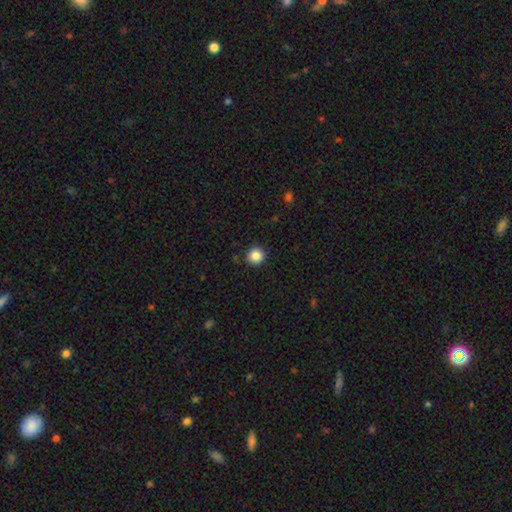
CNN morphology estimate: This appears to be a smooth galaxy with no disk features (86%) that is round (95%). Merging: none (92%).